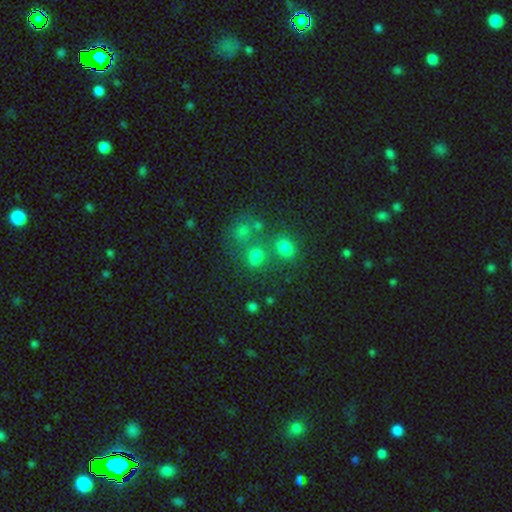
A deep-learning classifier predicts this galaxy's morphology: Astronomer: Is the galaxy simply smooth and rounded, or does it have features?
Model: smooth — 69%.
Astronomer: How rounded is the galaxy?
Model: round — 62%.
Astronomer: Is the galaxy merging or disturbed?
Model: none — 49% (runner-up: merger, 34%).